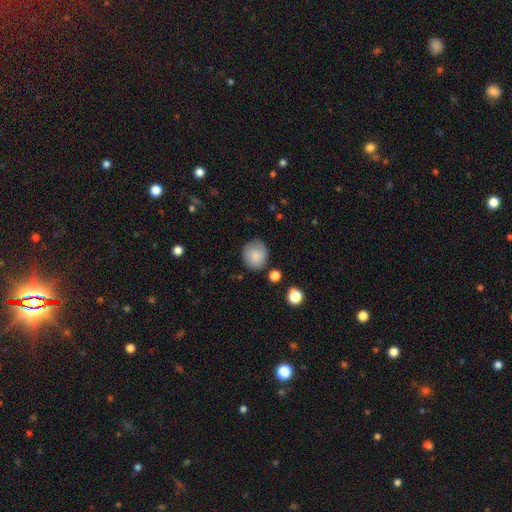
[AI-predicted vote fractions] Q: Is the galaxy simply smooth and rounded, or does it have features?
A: smooth — 83%.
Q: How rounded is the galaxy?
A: round — 84%.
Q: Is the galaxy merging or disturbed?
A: none — 78%.